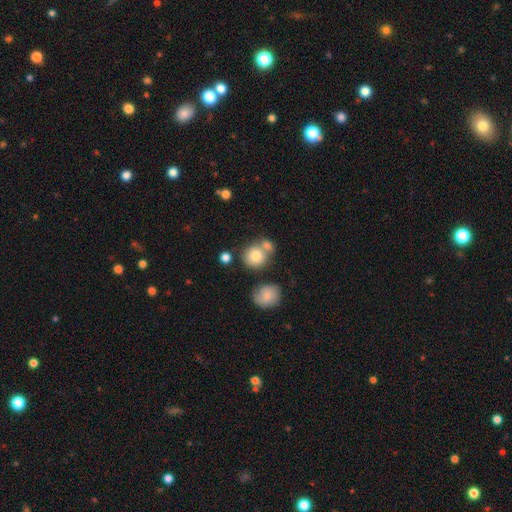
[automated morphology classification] This appears to be a smooth galaxy with no disk features (79%) that is round (83%). Merging: none (52%).